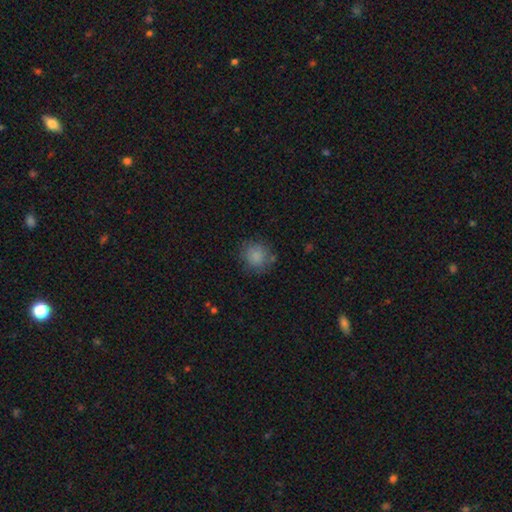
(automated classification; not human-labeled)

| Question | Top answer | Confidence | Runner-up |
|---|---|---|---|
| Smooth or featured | smooth | 84% | star or artifact (10%) |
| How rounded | round | 86% | in between (13%) |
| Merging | none | 80% | minor disturbance (13%) |